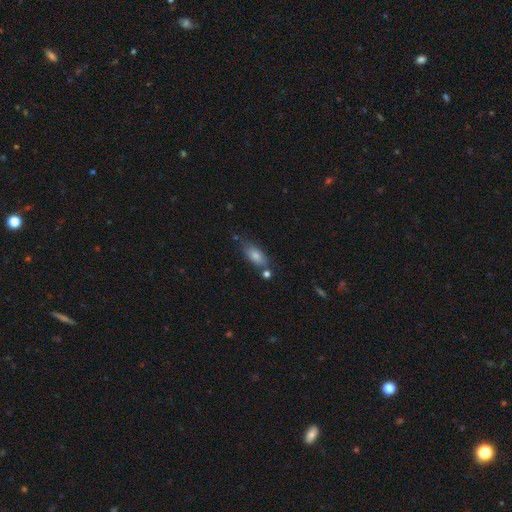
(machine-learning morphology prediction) Smooth or featured?
  - smooth: 77% *
  - featured or disk: 15%
  - star or artifact: 8%
How rounded?
  - in between: 79% *
  - cigar-shaped: 17%
  - round: 3%
Merging?
  - none: 63% *
  - minor disturbance: 20%
  - merger: 12%
  - major disturbance: 5%